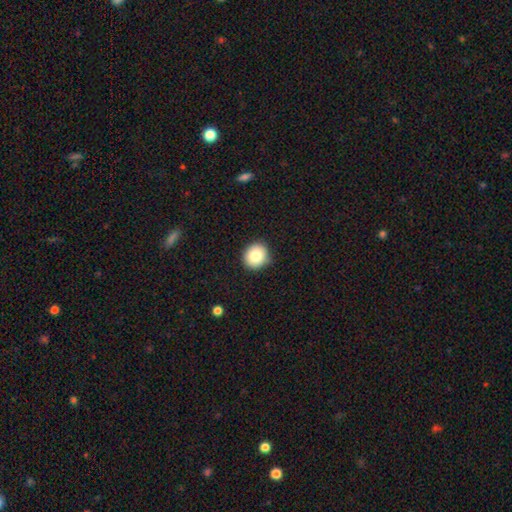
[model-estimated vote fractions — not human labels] Smooth or featured?
  - smooth: 82% *
  - star or artifact: 9%
  - featured or disk: 9%
How rounded?
  - round: 87% *
  - in between: 12%
  - cigar-shaped: 1%
Merging?
  - none: 87% *
  - minor disturbance: 9%
  - major disturbance: 2%
  - merger: 1%